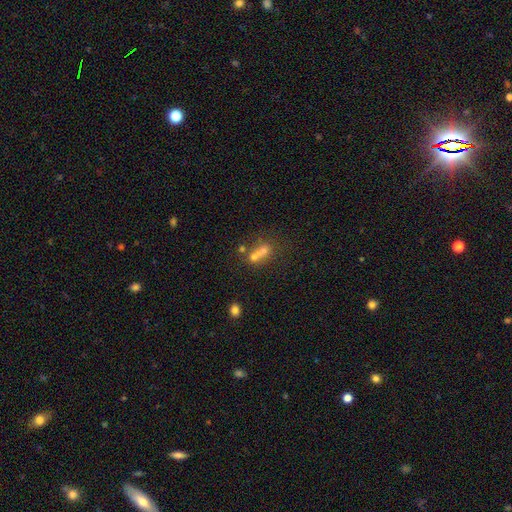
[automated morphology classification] This is possibly a smooth galaxy (51%). How rounded: possibly round (49%). Merging: possibly merger (49%).